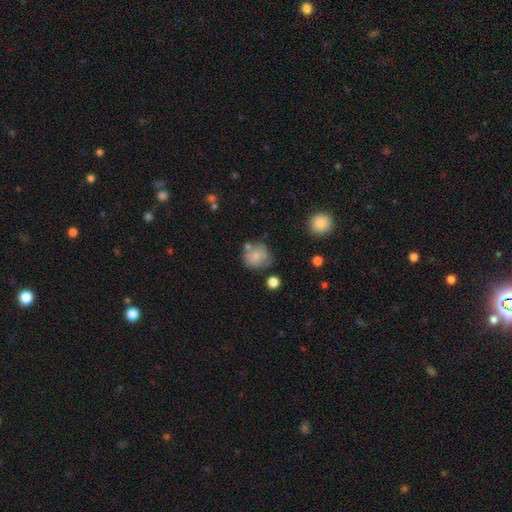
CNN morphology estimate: A smooth galaxy with no disk features (73%) that is round (84%).

Vote fractions:
- Smooth or featured? smooth: 73% / featured or disk: 18% / star or artifact: 9%
- How rounded? round: 84% / in between: 15% / cigar-shaped: 1%
- Merging? none: 60% / minor disturbance: 21% / merger: 12% / major disturbance: 7%